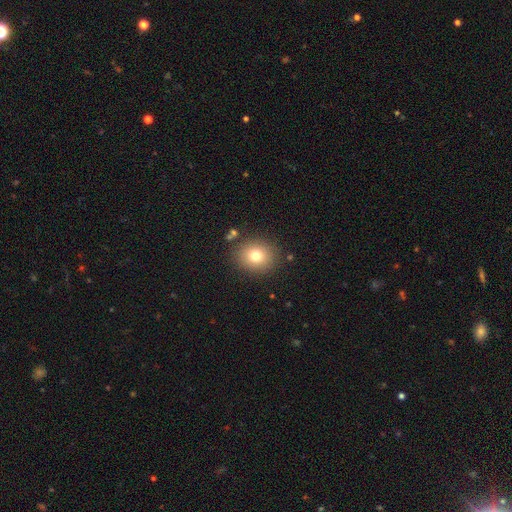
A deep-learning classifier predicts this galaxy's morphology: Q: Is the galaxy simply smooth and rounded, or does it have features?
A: smooth — 76%.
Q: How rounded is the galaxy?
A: round — 75%.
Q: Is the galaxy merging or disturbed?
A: none — 86%.